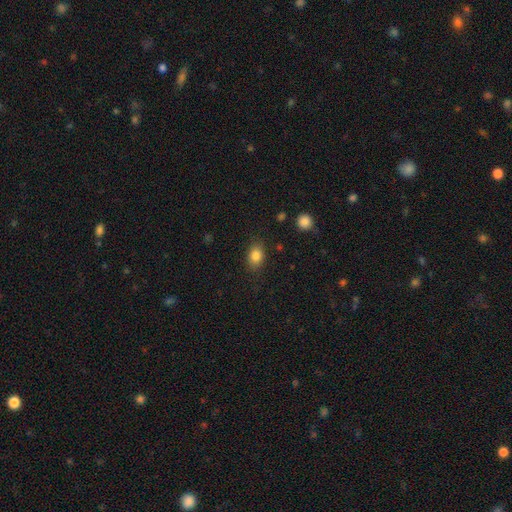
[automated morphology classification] Smooth or featured? Predicted: smooth (p=0.84). How rounded? Predicted: in between (p=0.75). Merging? Predicted: none (p=0.84).